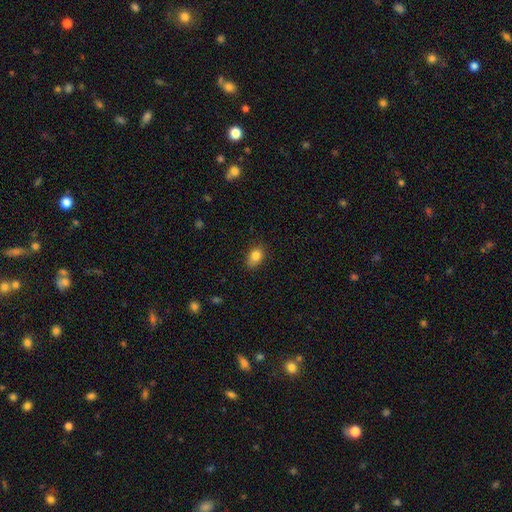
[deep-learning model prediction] smooth_or_featured: smooth (p=0.83) [alt: star or artifact p=0.10]
how_rounded: in between (p=0.73) [alt: round p=0.26]
merging: none (p=0.75) [alt: minor disturbance p=0.20]